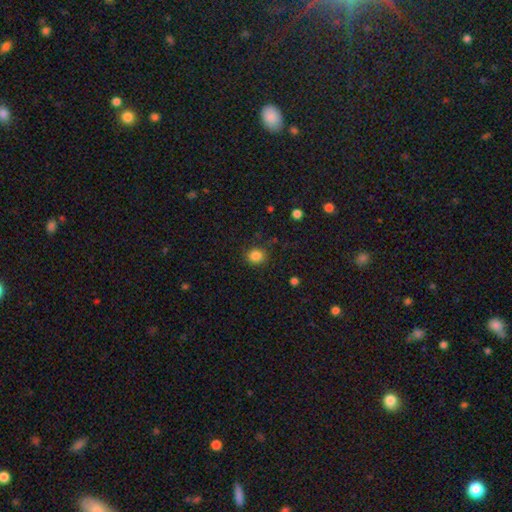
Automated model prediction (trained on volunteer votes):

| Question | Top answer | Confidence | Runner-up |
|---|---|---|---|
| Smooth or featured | smooth | 84% | star or artifact (11%) |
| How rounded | round | 76% | in between (23%) |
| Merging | none | 84% | minor disturbance (11%) |